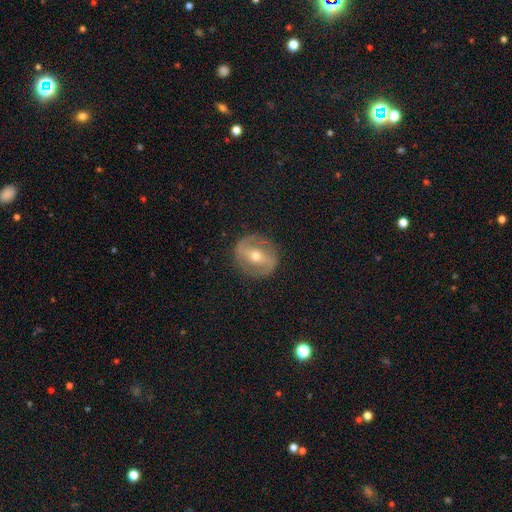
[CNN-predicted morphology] Smooth or featured: featured or disk — 75% (smooth — 19%)
Edge-on disk: no — 95% (yes — 5%)
Bar: strong — 51% (weak — 31%)
Spiral arms: yes — 70% (no — 30%)
Bulge size: moderate — 59% (small — 37%)
Merging: none — 86% (minor disturbance — 9%)